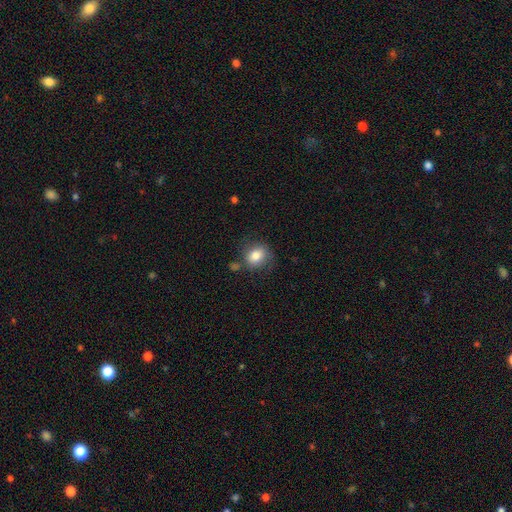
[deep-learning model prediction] This is likely a smooth galaxy (80%). How rounded: possibly round (60%). Merging: likely none (68%).